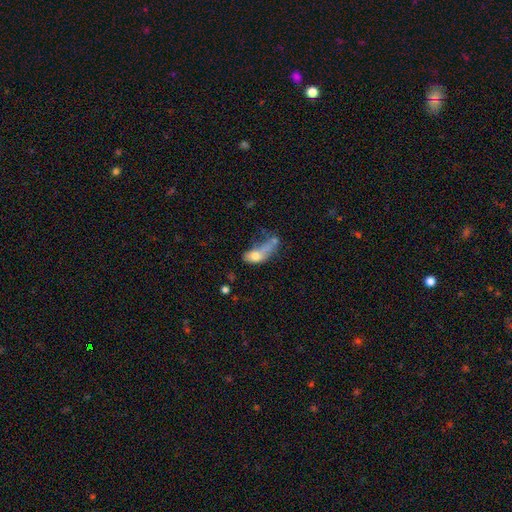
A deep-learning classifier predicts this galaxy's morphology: type=smooth (63%); roundness=in between (74%); merging=major disturbance (39%).